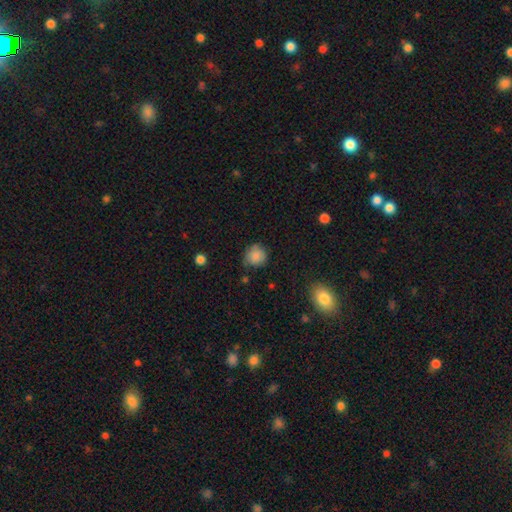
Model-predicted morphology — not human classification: The model was most divided on "merging": none: 70%, minor disturbance: 23%, major disturbance: 5%, merger: 2%. More confident: how rounded — round (87%); smooth or featured — smooth (85%).